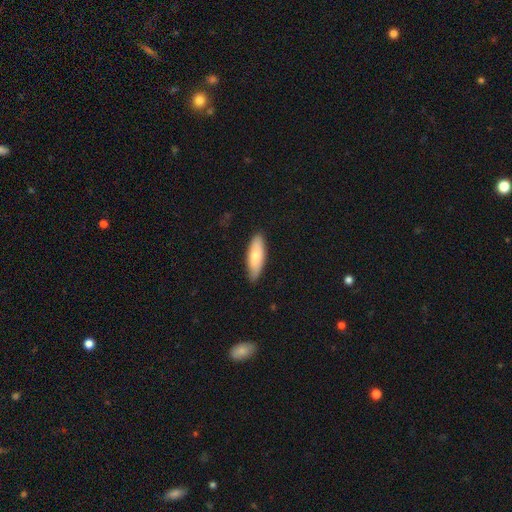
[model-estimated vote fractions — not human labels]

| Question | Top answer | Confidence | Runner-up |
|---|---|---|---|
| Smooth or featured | smooth | 76% | featured or disk (18%) |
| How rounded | in between | 55% | cigar-shaped (44%) |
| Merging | none | 85% | minor disturbance (12%) |